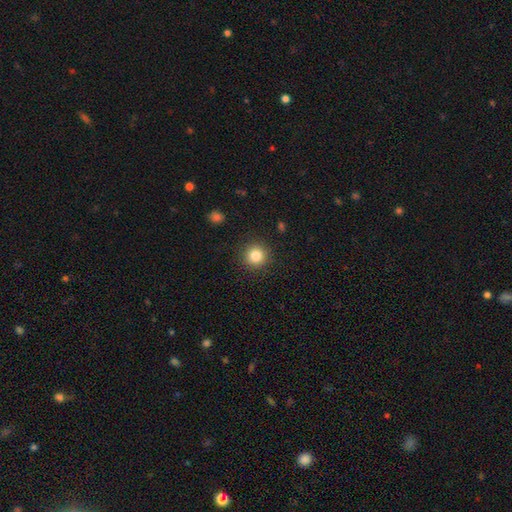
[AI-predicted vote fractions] Smooth or featured: smooth — 83% (star or artifact — 11%)
How rounded: round — 95% (in between — 4%)
Merging: none — 91% (minor disturbance — 6%)